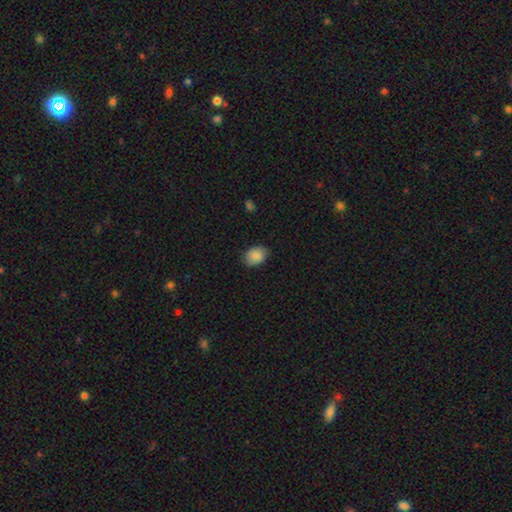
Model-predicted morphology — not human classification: Q: Smooth or featured?
A: smooth (87%); runner-up: star or artifact (7%)
Q: How rounded?
A: in between (75%); runner-up: round (24%)
Q: Merging?
A: none (81%); runner-up: minor disturbance (15%)